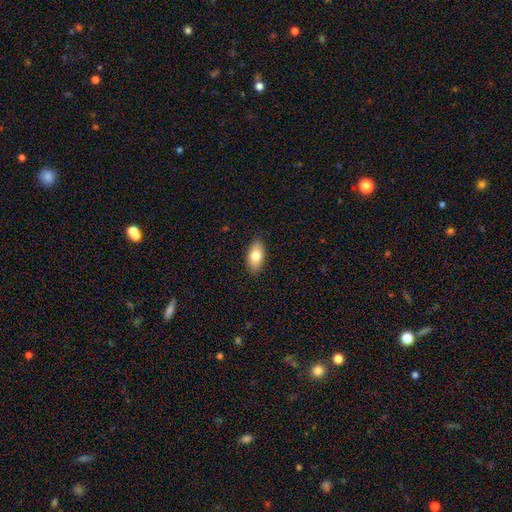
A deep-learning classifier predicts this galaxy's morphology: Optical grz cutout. It shows a smooth galaxy with no disk features (80%) that is in between round and cigar-shaped (93%). Merging: none (88%).